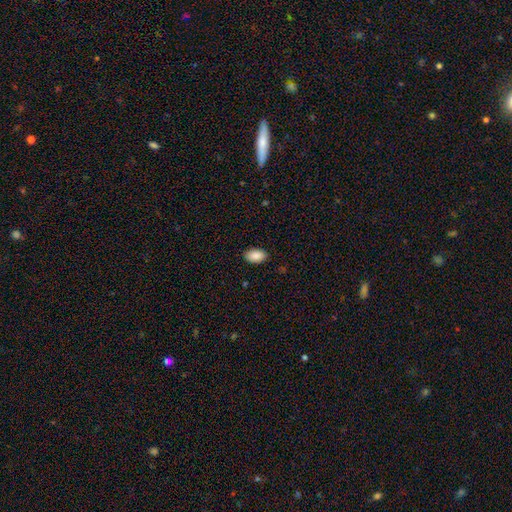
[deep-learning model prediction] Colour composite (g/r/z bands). It shows a smooth galaxy with no disk features (90%) that is in between round and cigar-shaped (94%). Merging: none (87%).